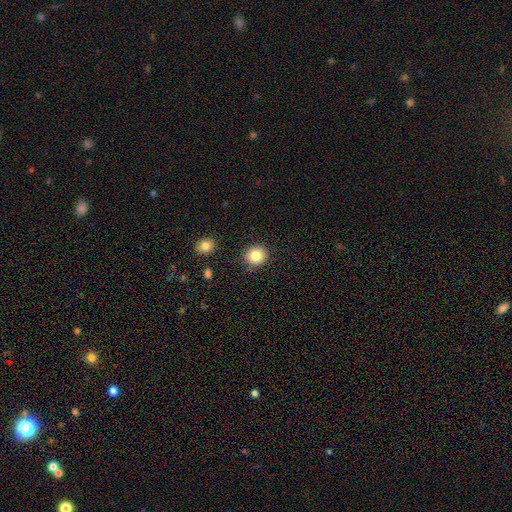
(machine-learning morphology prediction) A smooth galaxy with no disk features (83%) that is round (83%). Merging: none (87%).